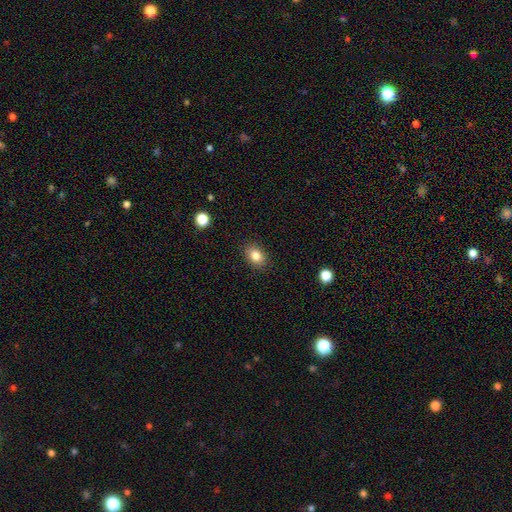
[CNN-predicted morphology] smooth_or_featured: smooth (p=0.83) [alt: star or artifact p=0.10]
how_rounded: in between (p=0.69) [alt: round p=0.30]
merging: none (p=0.88) [alt: minor disturbance p=0.08]